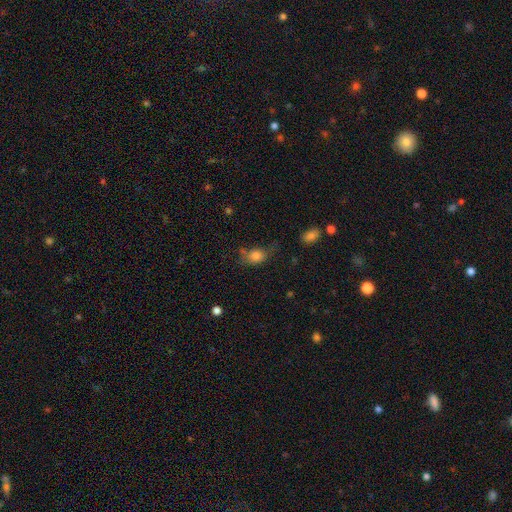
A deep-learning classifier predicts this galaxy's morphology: A smooth galaxy with no disk features (80%) that is in between round and cigar-shaped (65%).

Vote fractions:
- Smooth or featured? smooth: 80% / star or artifact: 11% / featured or disk: 9%
- How rounded? in between: 65% / round: 33% / cigar-shaped: 2%
- Merging? none: 52% / minor disturbance: 29% / major disturbance: 13% / merger: 6%